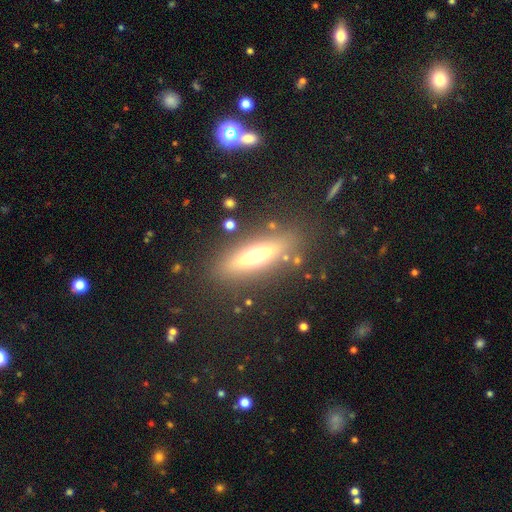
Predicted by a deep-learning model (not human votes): A featured or disk galaxy (47%).

Vote fractions:
- Smooth or featured? featured or disk: 47% / smooth: 44% / star or artifact: 10%
- Merging? none: 83% / minor disturbance: 10% / major disturbance: 4% / merger: 3%